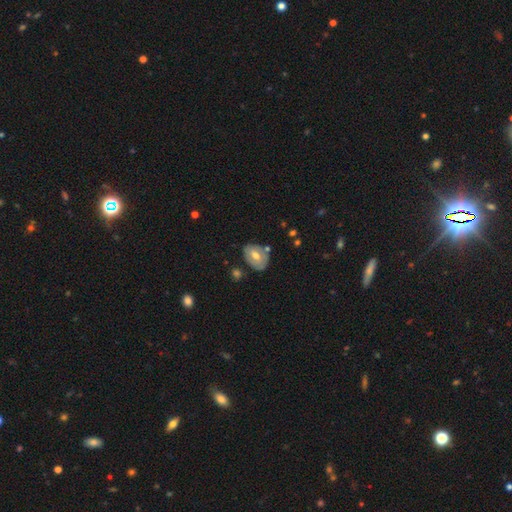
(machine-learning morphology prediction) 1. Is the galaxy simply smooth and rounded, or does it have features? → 48% smooth, 45% featured or disk, 7% star or artifact.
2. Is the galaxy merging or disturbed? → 65% none, 22% minor disturbance, 8% merger, 6% major disturbance.